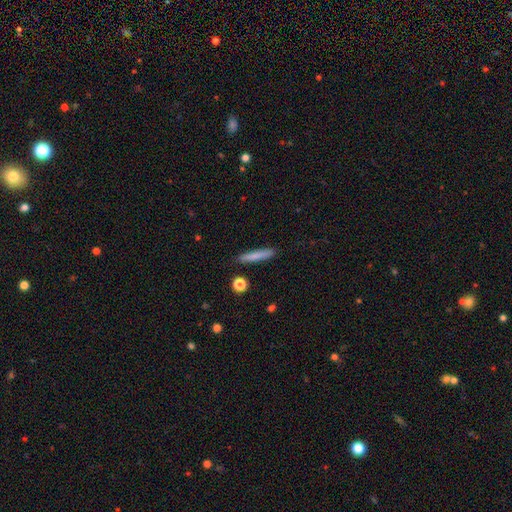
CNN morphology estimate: smooth_or_featured: smooth (p=0.78) [alt: featured or disk p=0.16]
how_rounded: cigar-shaped (p=0.93) [alt: in between p=0.06]
merging: none (p=0.87) [alt: minor disturbance p=0.09]